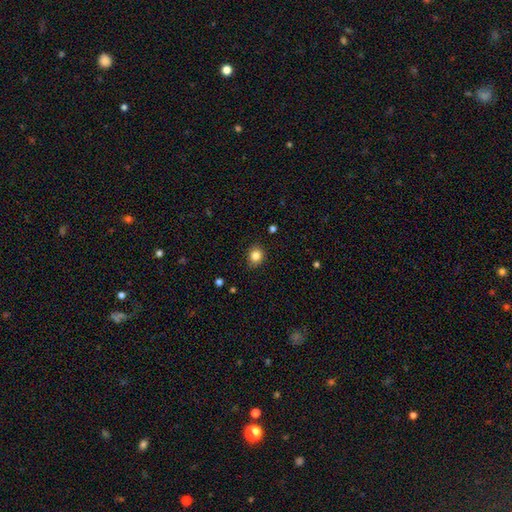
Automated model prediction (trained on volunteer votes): Smooth or featured? smooth (84%)
How rounded? round (70%)
Merging? none (87%)